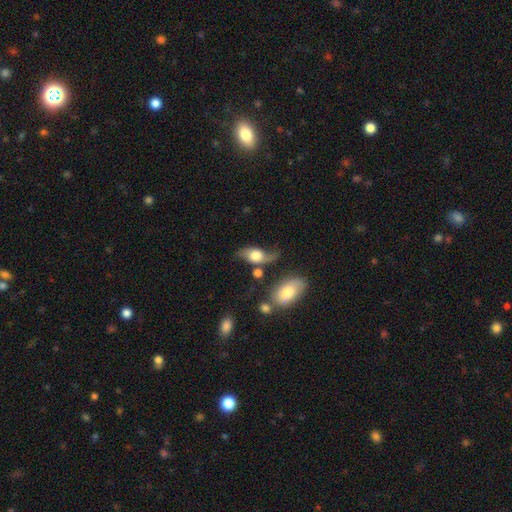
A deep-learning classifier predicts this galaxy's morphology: This appears to be a featured or disk galaxy (58%) with no bar (71%), spiral arms (86%) and a large central bulge (45%). Merging: none (49%).